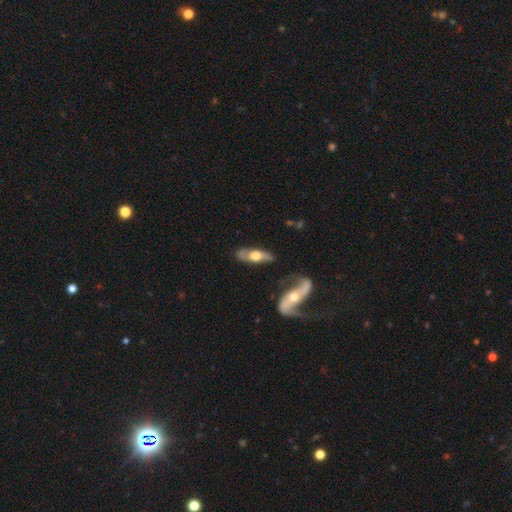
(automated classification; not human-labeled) Smooth or featured? Predicted: featured or disk (p=0.60). Edge-on disk? Predicted: yes (p=0.50, tied with no). Merging? Predicted: none (p=0.73).